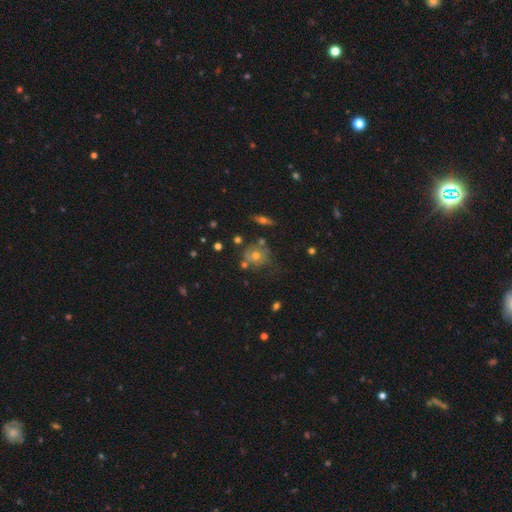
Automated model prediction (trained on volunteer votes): Q: Smooth or featured?
A: smooth (56%); runner-up: featured or disk (29%)
Q: How rounded?
A: round (80%); runner-up: in between (19%)
Q: Merging?
A: none (60%); runner-up: minor disturbance (20%)